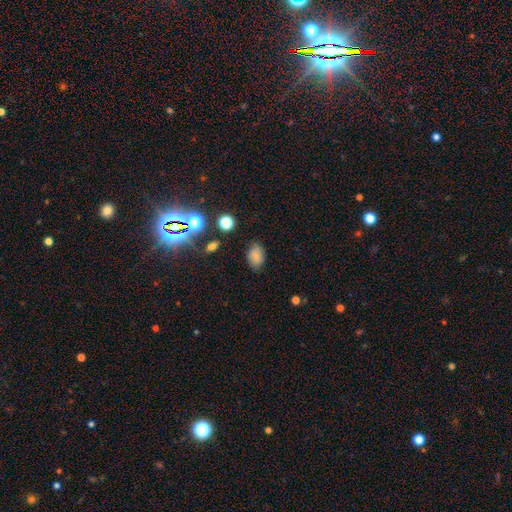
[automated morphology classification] smooth_or_featured: smooth (p=0.79) [alt: star or artifact p=0.12]
how_rounded: in between (p=0.84) [alt: round p=0.15]
merging: none (p=0.79) [alt: minor disturbance p=0.15]